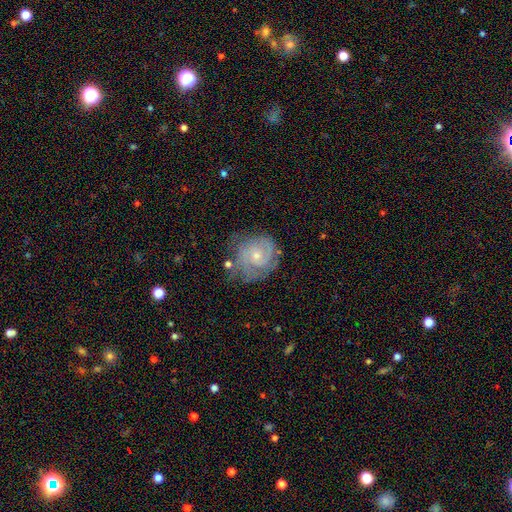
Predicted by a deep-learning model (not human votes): The model was most divided on "spiral arm count": 2: 41%, can't tell: 29%, 3: 17%, 1: 5%, 4: 5%, more than 4: 4%. More confident: edge-on disk — no (98%); spiral arms — yes (92%); smooth or featured — featured or disk (76%); bar — no (72%); bulge size — small (66%); spiral winding — tight (64%); merging — none (61%).